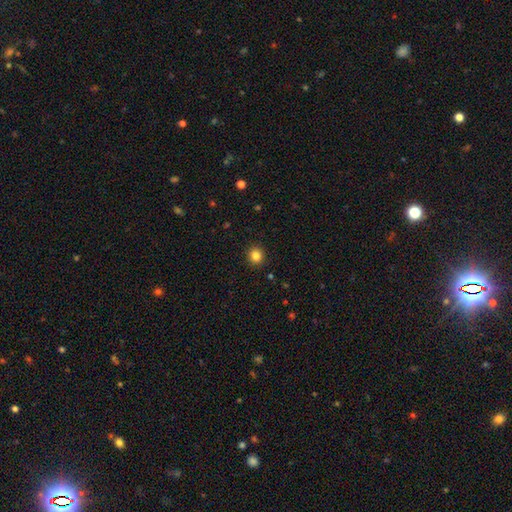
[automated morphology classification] This is clearly a smooth galaxy (84%). How rounded: clearly round (84%). Merging: clearly none (92%).